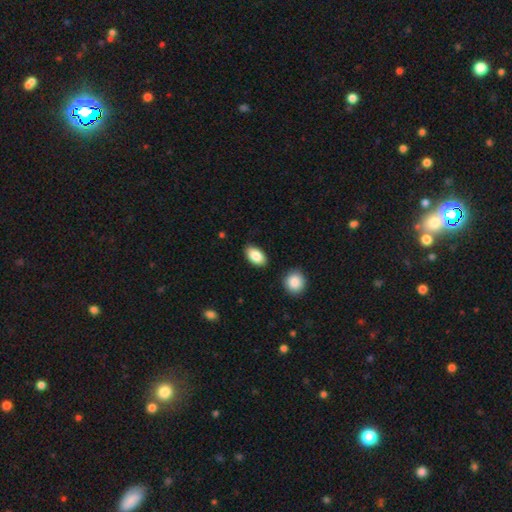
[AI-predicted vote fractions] Q: Smooth or featured?
A: smooth (87%); runner-up: star or artifact (7%)
Q: How rounded?
A: in between (92%); runner-up: round (6%)
Q: Merging?
A: none (85%); runner-up: minor disturbance (10%)